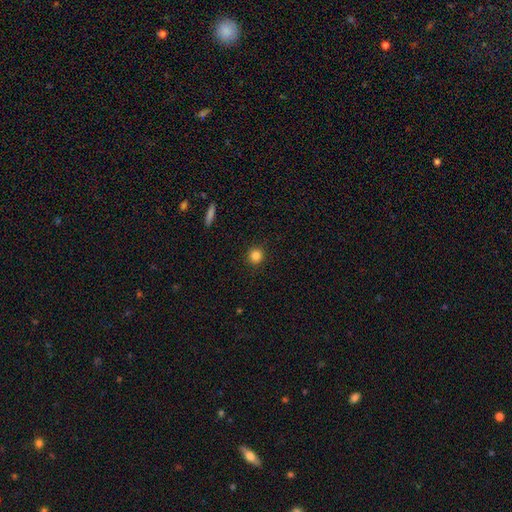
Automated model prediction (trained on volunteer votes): Smooth or featured? Predicted: smooth (p=0.84). How rounded? Predicted: round (p=0.94). Merging? Predicted: none (p=0.92).